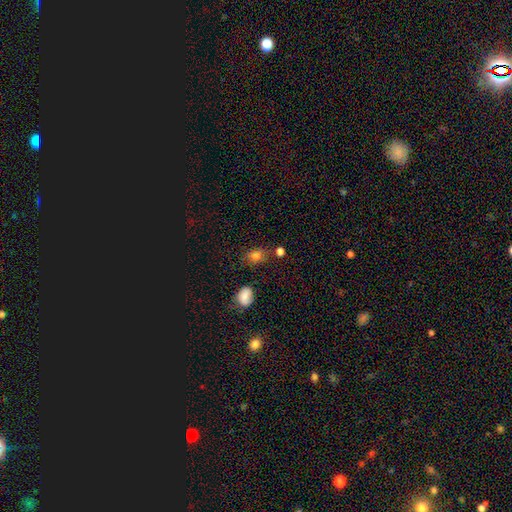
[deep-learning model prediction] Smooth or featured?
  - smooth: 80% *
  - star or artifact: 13%
  - featured or disk: 8%
How rounded?
  - in between: 58% *
  - round: 40%
  - cigar-shaped: 2%
Merging?
  - none: 72% *
  - minor disturbance: 17%
  - merger: 6%
  - major disturbance: 5%